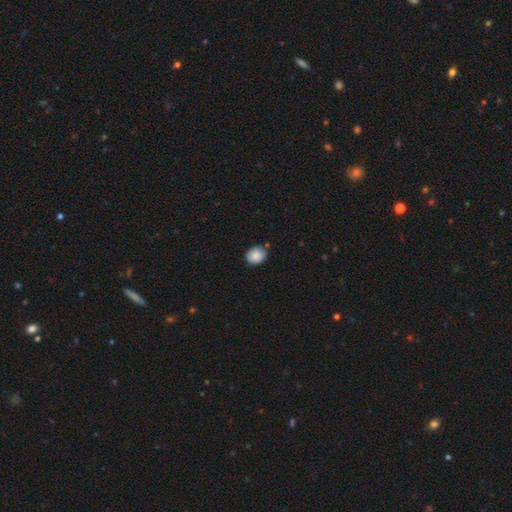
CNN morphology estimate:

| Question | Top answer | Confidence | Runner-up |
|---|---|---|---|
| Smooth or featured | smooth | 87% | star or artifact (8%) |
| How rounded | round | 61% | in between (38%) |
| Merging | none | 80% | minor disturbance (15%) |